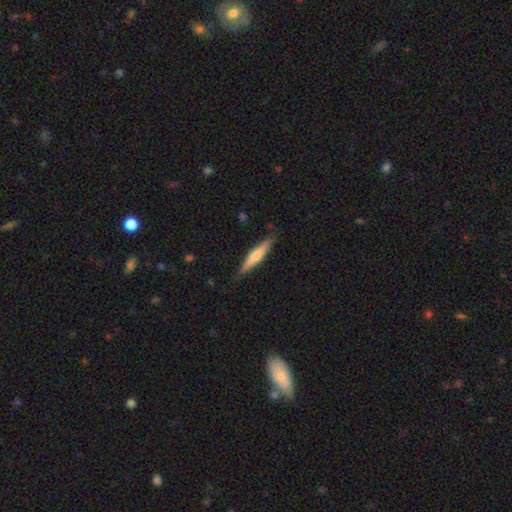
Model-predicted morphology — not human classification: smooth 56%, featured or disk 39%, star or artifact 6%. Down the decision tree: how rounded — cigar-shaped (89%); merging — none (86%).